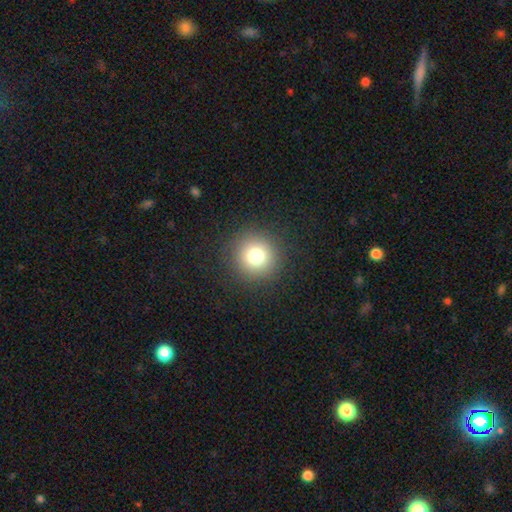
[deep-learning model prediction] Smooth or featured? smooth (78%)
How rounded? round (94%)
Merging? none (89%)